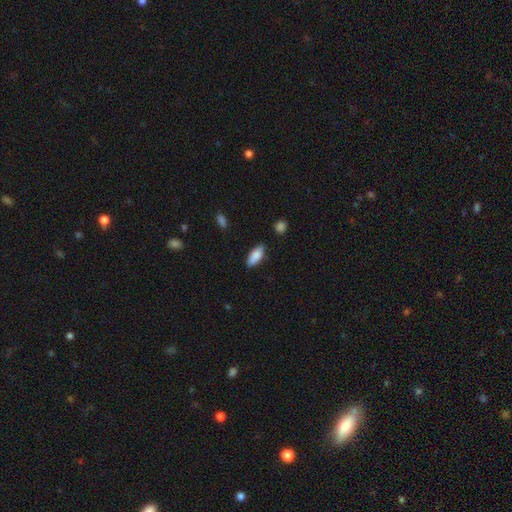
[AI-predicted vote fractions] This is clearly a smooth galaxy (84%). How rounded: likely in between (77%). Merging: clearly none (82%).